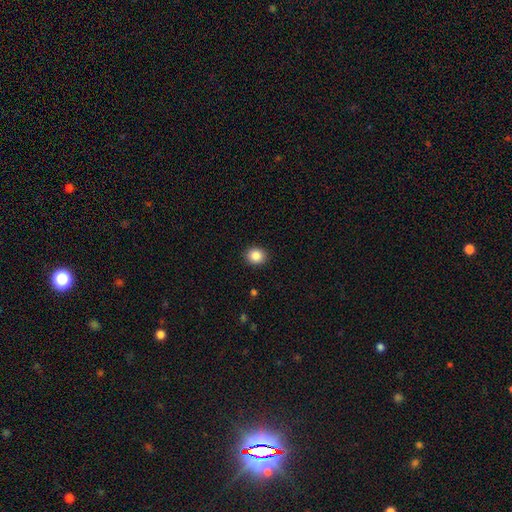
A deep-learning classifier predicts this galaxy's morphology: The model was most divided on "how rounded": round: 80%, in between: 19%, cigar-shaped: 1%. More confident: merging — none (92%); smooth or featured — smooth (87%).